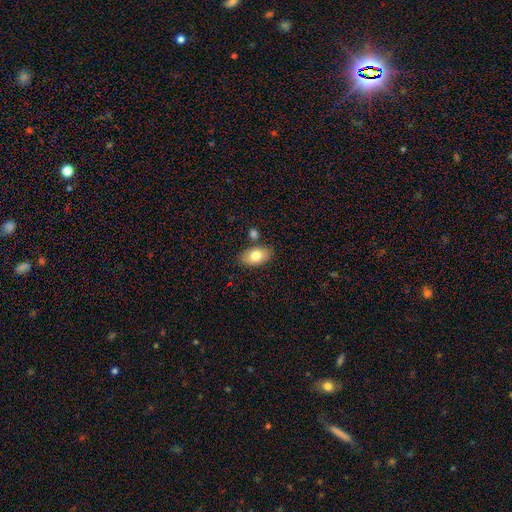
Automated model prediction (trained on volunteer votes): Smooth or featured: smooth — 78% (featured or disk — 15%)
How rounded: in between — 90% (round — 8%)
Merging: none — 80% (minor disturbance — 12%)